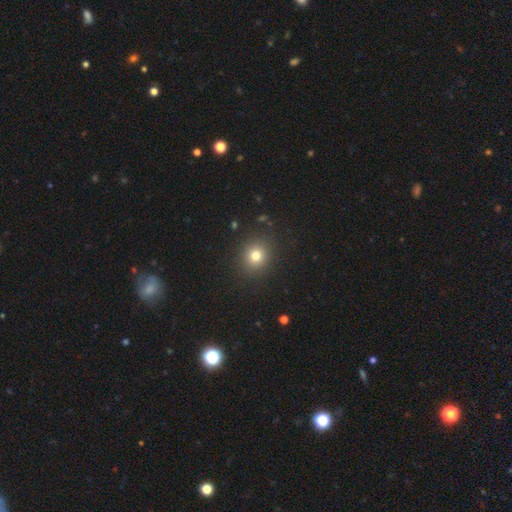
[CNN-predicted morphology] This appears to be a smooth galaxy with no disk features (77%) that is round (83%). Merging: none (89%).